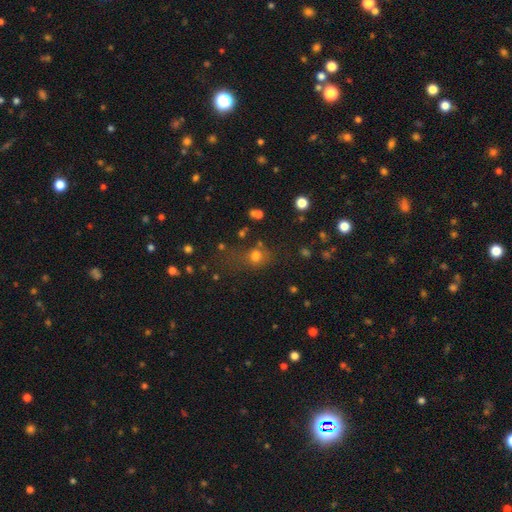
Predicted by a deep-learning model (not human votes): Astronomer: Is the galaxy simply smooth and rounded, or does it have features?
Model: smooth — 70%.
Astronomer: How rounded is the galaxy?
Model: round — 55% (runner-up: in between, 43%).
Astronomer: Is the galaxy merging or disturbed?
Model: none — 50%.